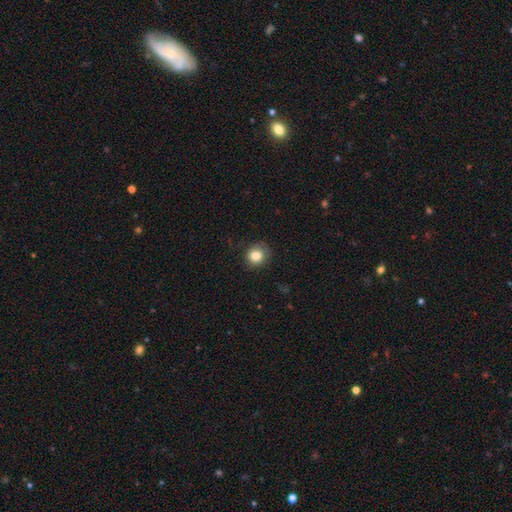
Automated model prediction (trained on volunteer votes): Q: Smooth or featured?
A: smooth (83%); runner-up: star or artifact (9%)
Q: How rounded?
A: round (82%); runner-up: in between (17%)
Q: Merging?
A: none (77%); runner-up: minor disturbance (17%)